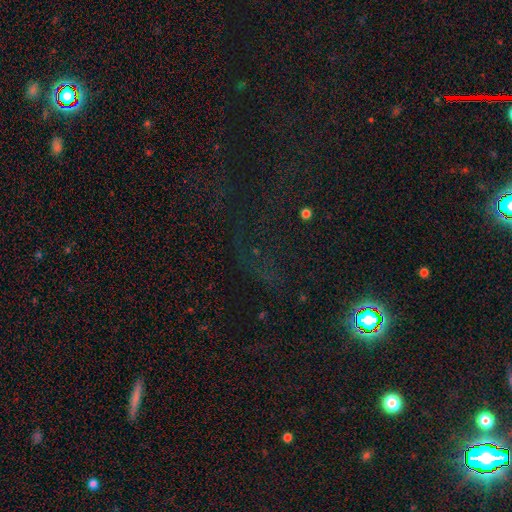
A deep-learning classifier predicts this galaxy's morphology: star or artifact 72%, smooth 18%, featured or disk 10%.